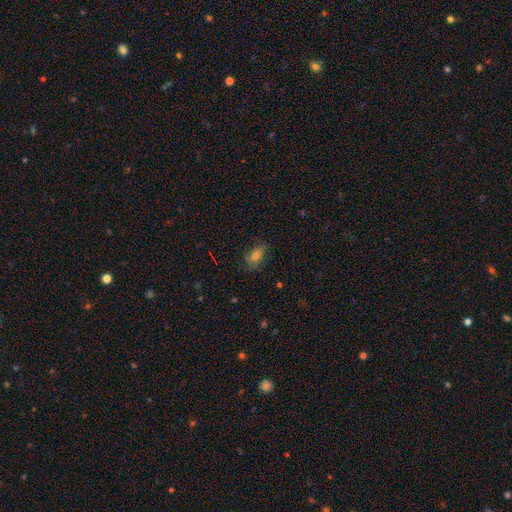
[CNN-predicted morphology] smooth 56%, featured or disk 26%, star or artifact 18%. Down the decision tree: how rounded — in between (78%); merging — none (69%).